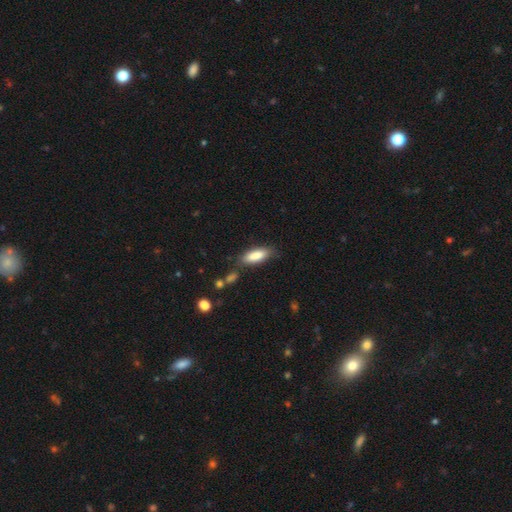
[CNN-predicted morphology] The model was most divided on "how rounded": in between: 64%, cigar-shaped: 34%, round: 2%. More confident: smooth or featured — smooth (84%); merging — none (71%).